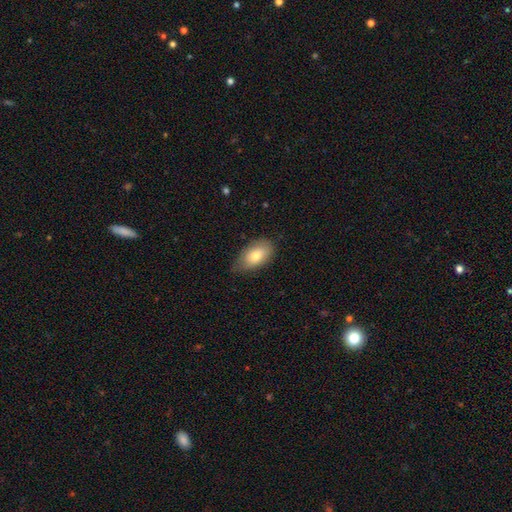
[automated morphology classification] type=smooth (77%); roundness=in between (92%); merging=none (68%).